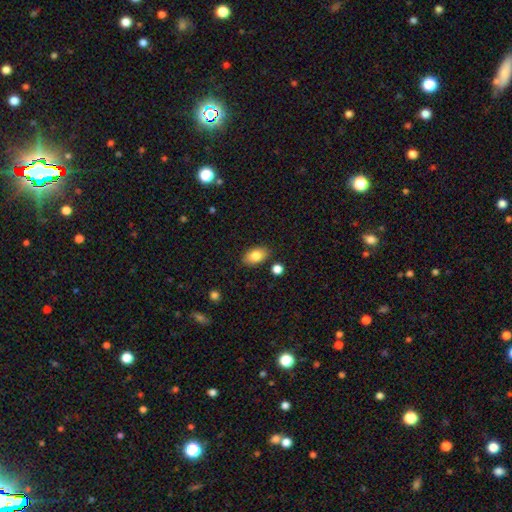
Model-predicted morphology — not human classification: Smooth or featured?
  - smooth: 80% *
  - featured or disk: 12%
  - star or artifact: 8%
How rounded?
  - in between: 89% *
  - round: 9%
  - cigar-shaped: 2%
Merging?
  - none: 85% *
  - minor disturbance: 10%
  - merger: 3%
  - major disturbance: 2%